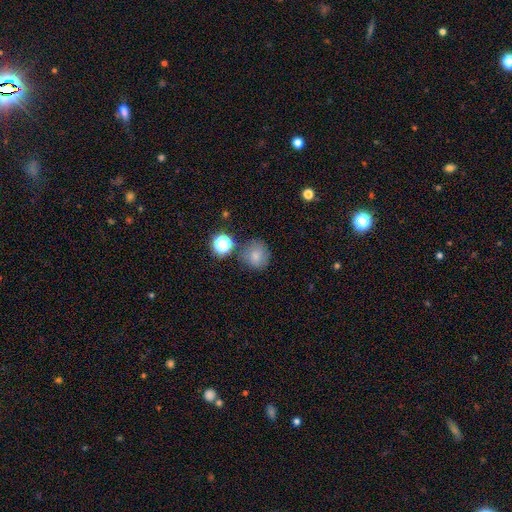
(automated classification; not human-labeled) This is likely a smooth galaxy (77%). How rounded: clearly round (88%). Merging: likely none (73%).